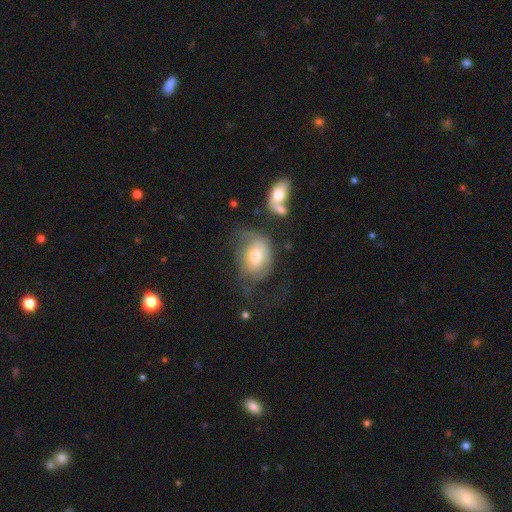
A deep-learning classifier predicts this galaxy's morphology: smooth_or_featured: smooth (p=0.54) [alt: featured or disk p=0.38]
how_rounded: in between (p=0.70) [alt: round p=0.29]
merging: major disturbance (p=0.34) [alt: none p=0.32]